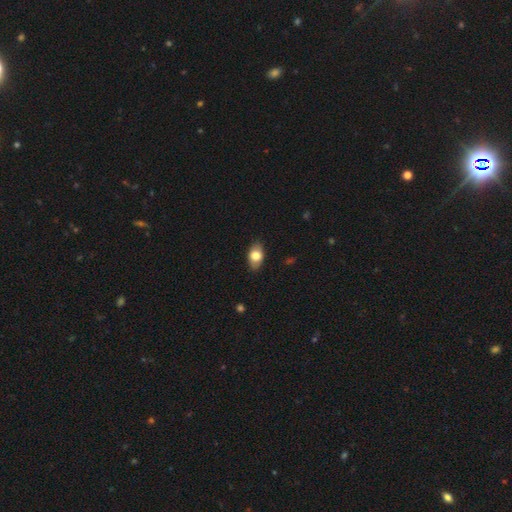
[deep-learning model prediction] A smooth galaxy with no disk features (77%) that is in between round and cigar-shaped (88%). Merging: none (85%).